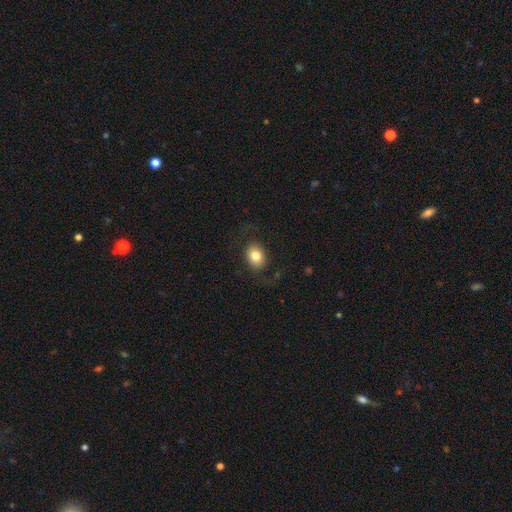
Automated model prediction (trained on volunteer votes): smooth_or_featured: smooth (p=0.77) [alt: featured or disk p=0.14]
how_rounded: in between (p=0.56) [alt: round p=0.43]
merging: none (p=0.78) [alt: minor disturbance p=0.12]